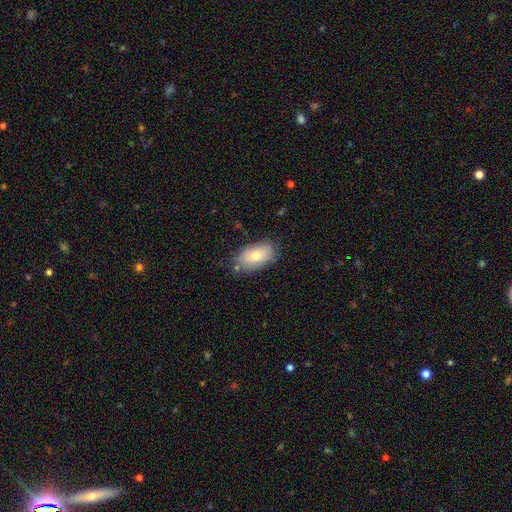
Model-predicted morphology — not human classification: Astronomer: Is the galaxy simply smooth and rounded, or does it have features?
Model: smooth — 73%.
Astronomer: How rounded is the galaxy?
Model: in between — 92%.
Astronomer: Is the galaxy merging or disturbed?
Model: none — 75%.